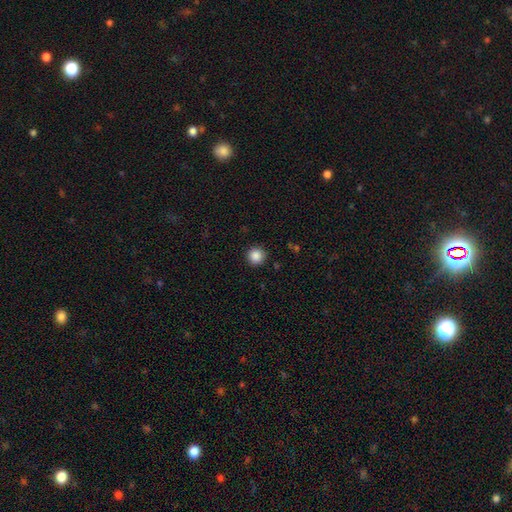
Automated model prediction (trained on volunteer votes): This appears to be a smooth galaxy with no disk features (87%) that is round (96%). Merging: none (92%).